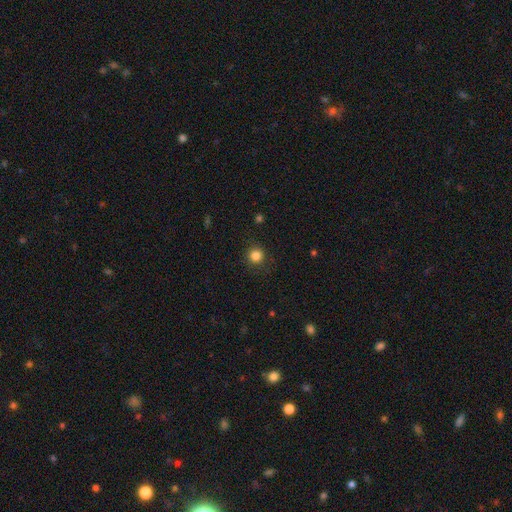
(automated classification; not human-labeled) Q: Smooth or featured?
A: smooth (84%); runner-up: star or artifact (12%)
Q: How rounded?
A: round (93%); runner-up: in between (6%)
Q: Merging?
A: none (88%); runner-up: minor disturbance (8%)